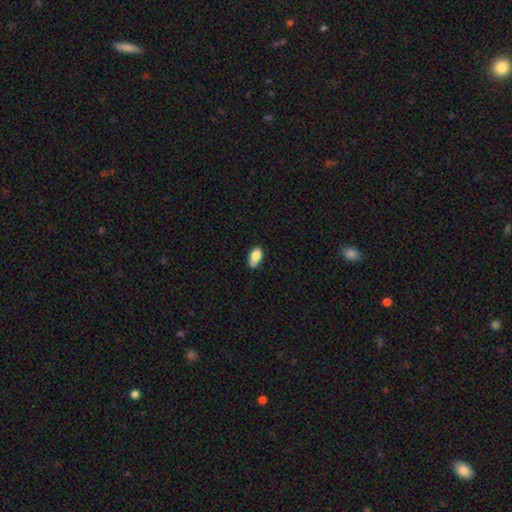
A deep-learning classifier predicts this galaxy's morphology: Smooth or featured? smooth (82%)
How rounded? in between (90%)
Merging? none (58%)